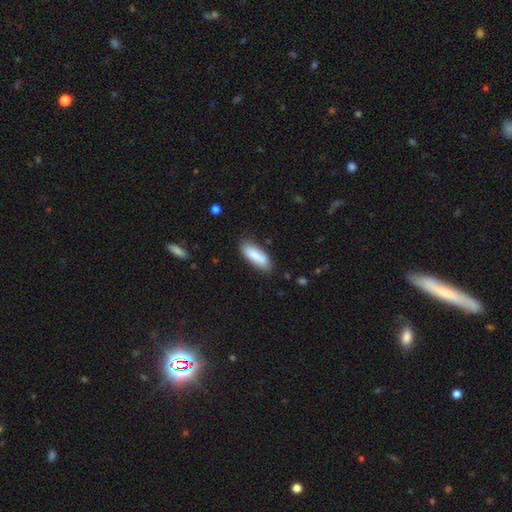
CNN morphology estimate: Smooth or featured? smooth (84%)
How rounded? in between (63%)
Merging? none (78%)